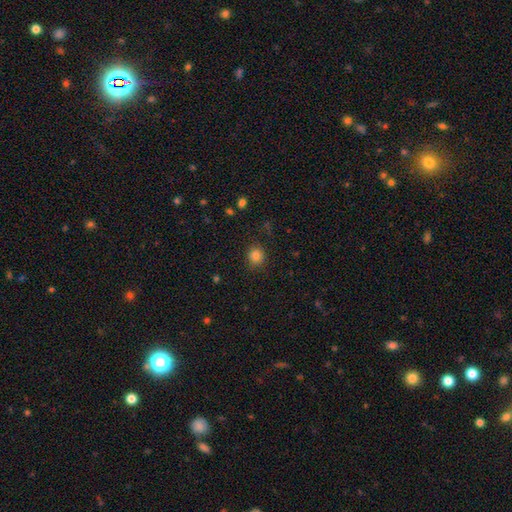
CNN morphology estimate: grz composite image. It shows a smooth galaxy with no disk features (84%) that is round (84%). Merging: none (85%).